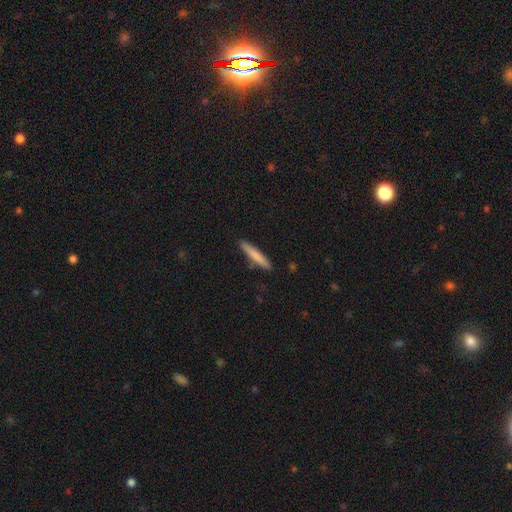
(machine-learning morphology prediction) Q: Smooth or featured?
A: smooth (77%); runner-up: featured or disk (17%)
Q: How rounded?
A: cigar-shaped (93%); runner-up: in between (6%)
Q: Merging?
A: none (88%); runner-up: minor disturbance (9%)